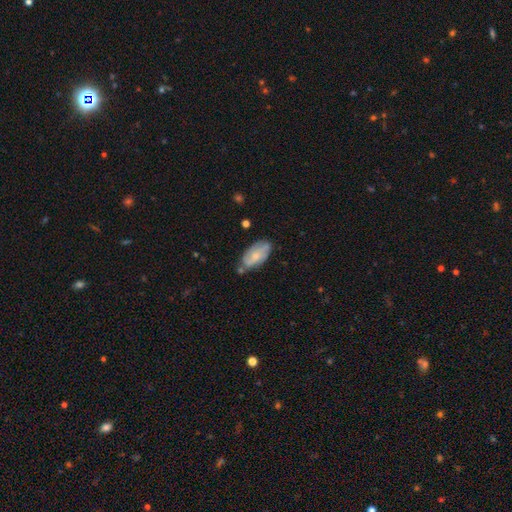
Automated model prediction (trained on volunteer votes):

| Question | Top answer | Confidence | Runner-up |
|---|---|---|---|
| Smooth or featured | smooth | 55% | featured or disk (39%) |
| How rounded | in between | 92% | cigar-shaped (5%) |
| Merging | none | 64% | minor disturbance (25%) |